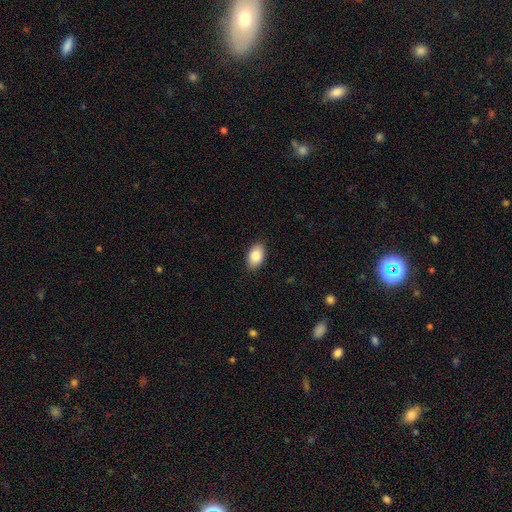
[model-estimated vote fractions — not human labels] Smooth or featured? smooth (87%)
How rounded? in between (93%)
Merging? none (89%)